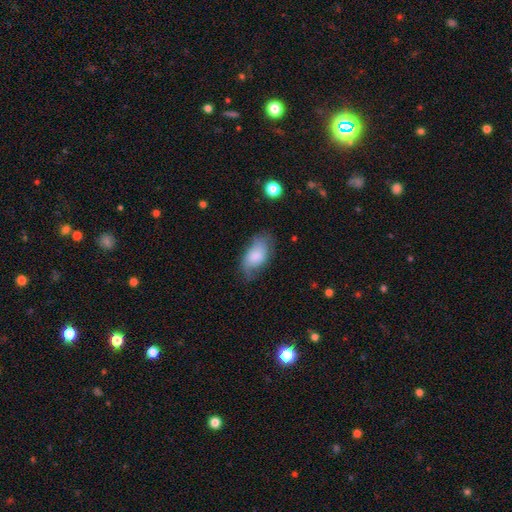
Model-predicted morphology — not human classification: smooth 78%, featured or disk 15%, star or artifact 7%. Down the decision tree: how rounded — in between (93%); merging — none (55%).